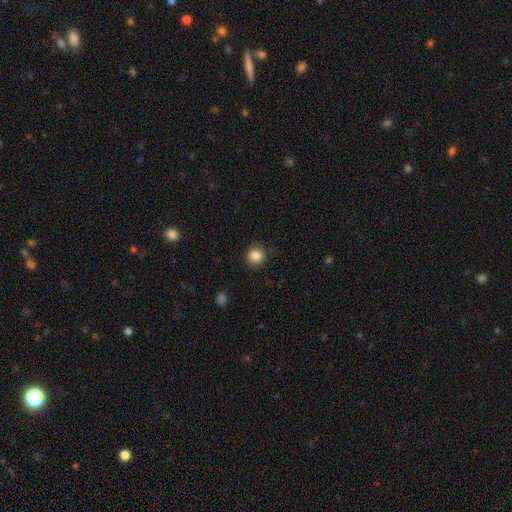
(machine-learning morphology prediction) The model was most divided on "smooth or featured": smooth: 85%, star or artifact: 11%, featured or disk: 5%. More confident: how rounded — round (91%); merging — none (88%).